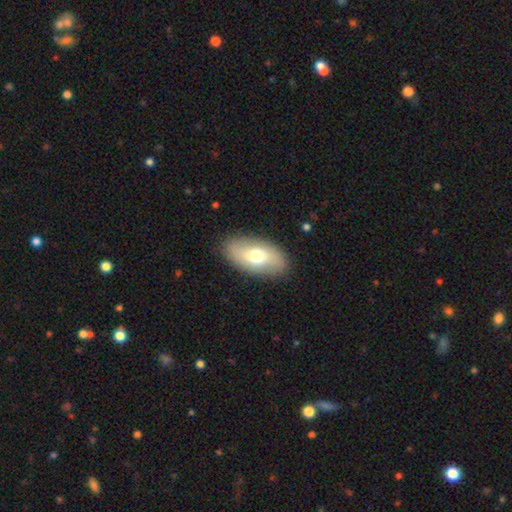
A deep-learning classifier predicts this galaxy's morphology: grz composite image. It shows a smooth galaxy with no disk features (63%) that is in between round and cigar-shaped (92%). Merging: none (87%).